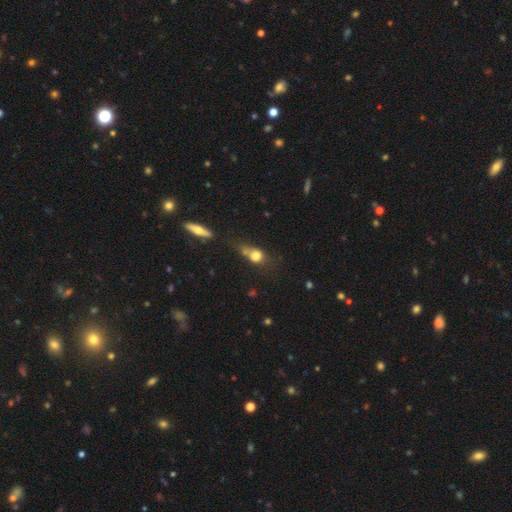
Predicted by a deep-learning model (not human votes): This is likely a smooth galaxy (70%). How rounded: possibly in between (48%). Merging: marginally merger (31%).